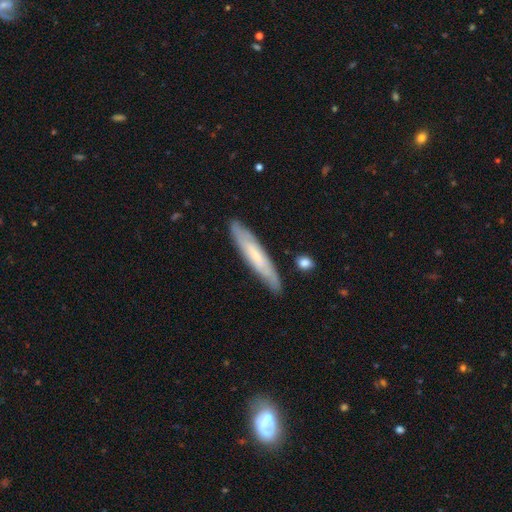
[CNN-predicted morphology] smooth_or_featured: smooth (p=0.48) [alt: featured or disk p=0.46]
merging: none (p=0.85) [alt: minor disturbance p=0.11]